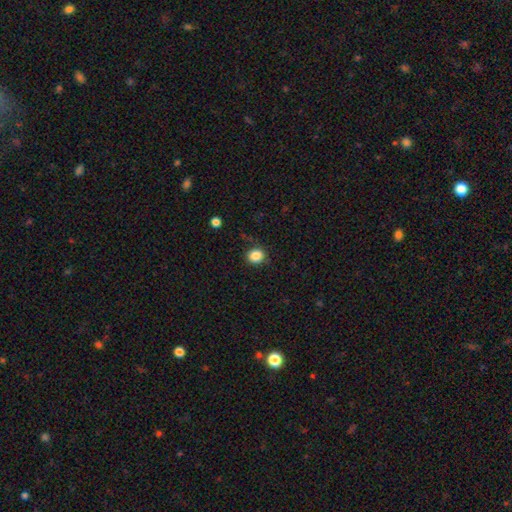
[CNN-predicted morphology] A smooth galaxy with no disk features (86%) that is round (79%). Merging: none (85%).